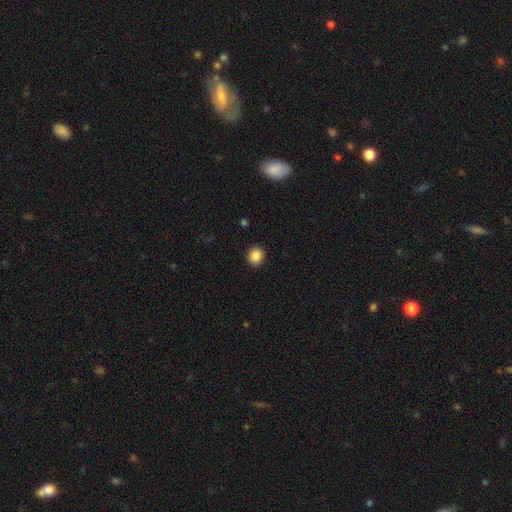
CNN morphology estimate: type=smooth (87%); roundness=round (93%); merging=none (93%).